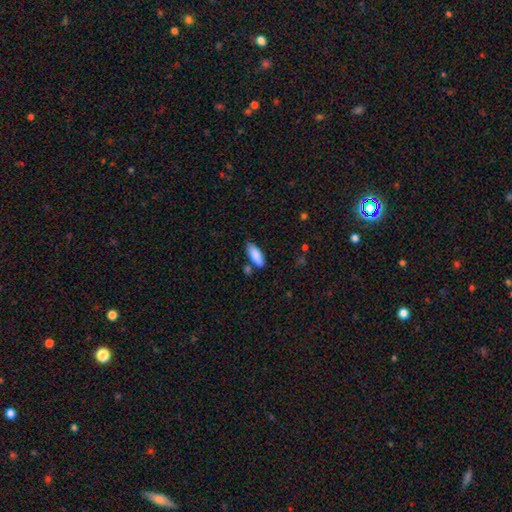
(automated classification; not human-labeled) Smooth or featured: smooth — 86% (featured or disk — 8%)
How rounded: in between — 69% (cigar-shaped — 29%)
Merging: none — 72% (minor disturbance — 17%)